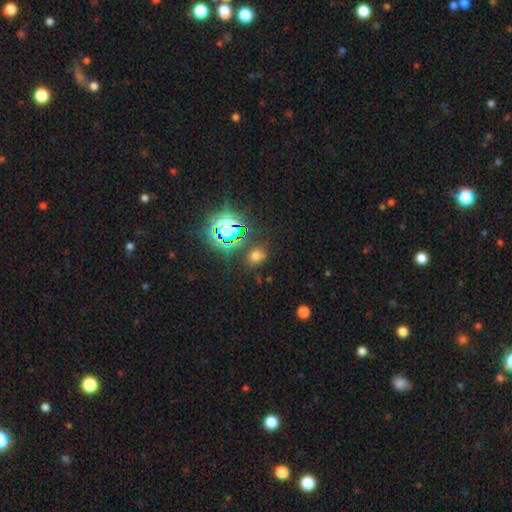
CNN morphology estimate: smooth_or_featured: smooth (p=0.55) [alt: star or artifact p=0.37]
how_rounded: round (p=0.54) [alt: in between p=0.44]
merging: none (p=0.78) [alt: minor disturbance p=0.12]